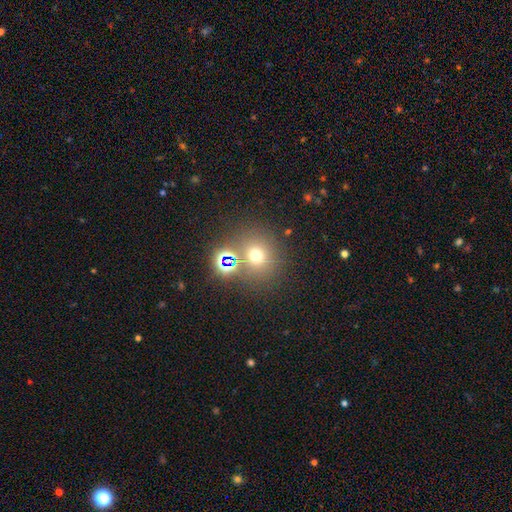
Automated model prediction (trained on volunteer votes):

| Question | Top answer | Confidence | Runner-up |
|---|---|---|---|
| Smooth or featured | smooth | 63% | star or artifact (27%) |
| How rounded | round | 85% | in between (14%) |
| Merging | none | 73% | merger (14%) |